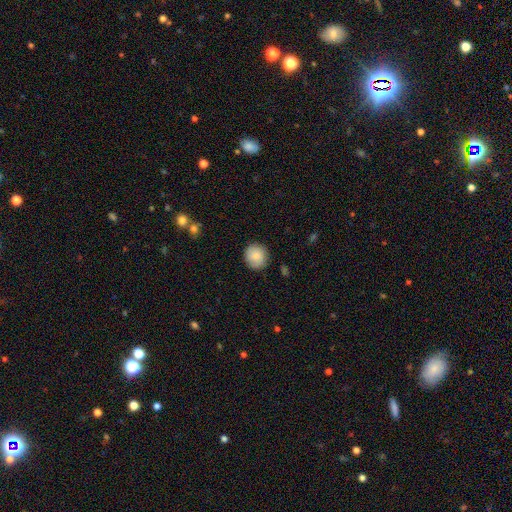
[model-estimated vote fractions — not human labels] Morphology: type=smooth (85%); roundness=round (91%); merging=none (87%).